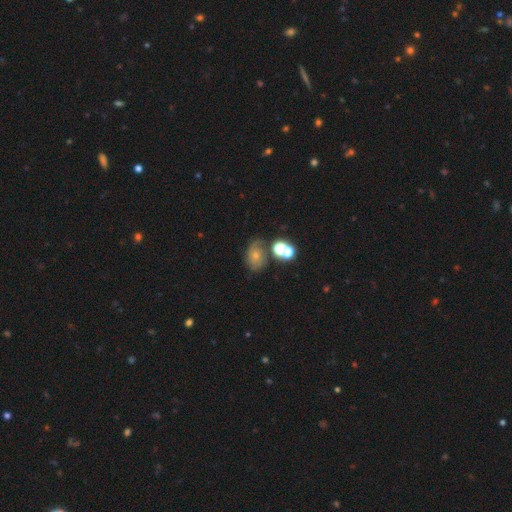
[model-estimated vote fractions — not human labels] Overall: smooth (47%; featured or disk 34%). Merging: none (51%; minor disturbance 20%).